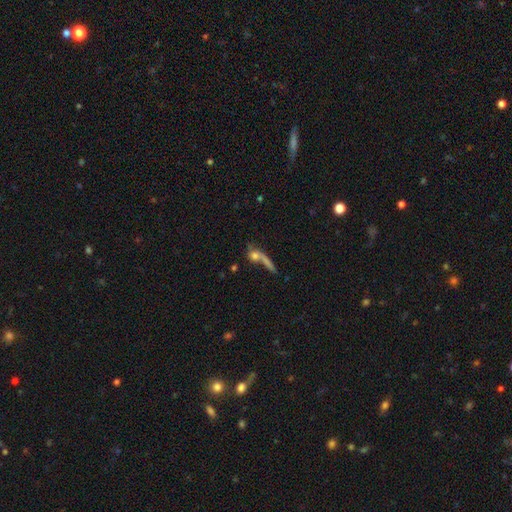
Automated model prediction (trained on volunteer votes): smooth-or-featured: featured or disk: 41% | smooth: 37% | star or artifact: 22%
  merging: merger: 35% | none: 31% | major disturbance: 22% | minor disturbance: 13%